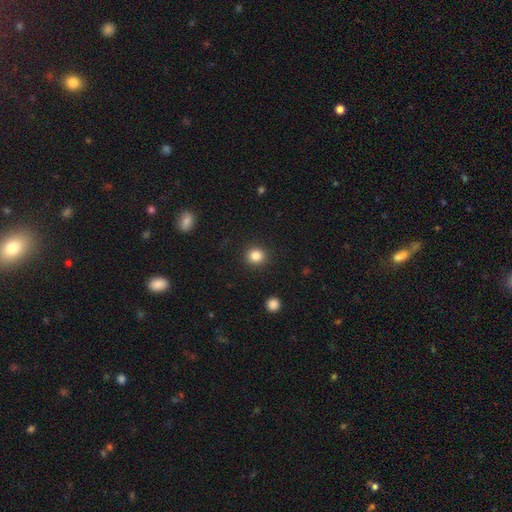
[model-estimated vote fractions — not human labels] smooth_or_featured: smooth (p=0.84) [alt: star or artifact p=0.11]
how_rounded: round (p=0.88) [alt: in between p=0.11]
merging: none (p=0.91) [alt: minor disturbance p=0.06]